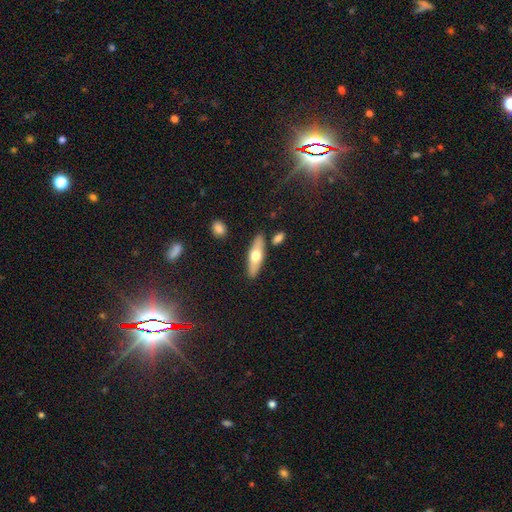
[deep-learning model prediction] This appears to be a smooth galaxy with no disk features (53%) that is cigar-shaped (52%). Merging: none (84%).